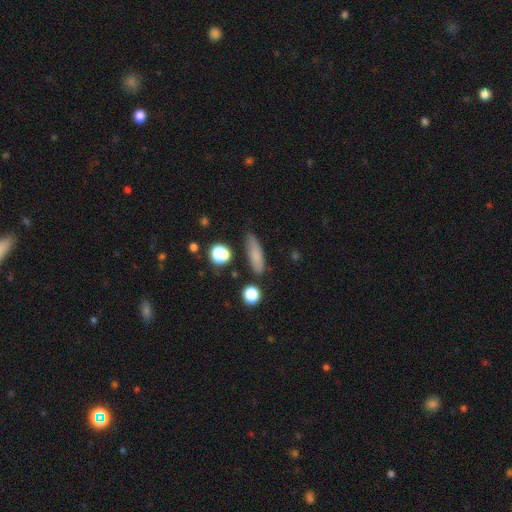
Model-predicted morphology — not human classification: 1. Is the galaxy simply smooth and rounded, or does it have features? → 78% smooth, 12% featured or disk, 10% star or artifact.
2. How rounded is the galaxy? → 55% cigar-shaped, 39% in between, 6% round.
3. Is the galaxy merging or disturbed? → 80% none, 14% minor disturbance, 3% merger, 3% major disturbance.